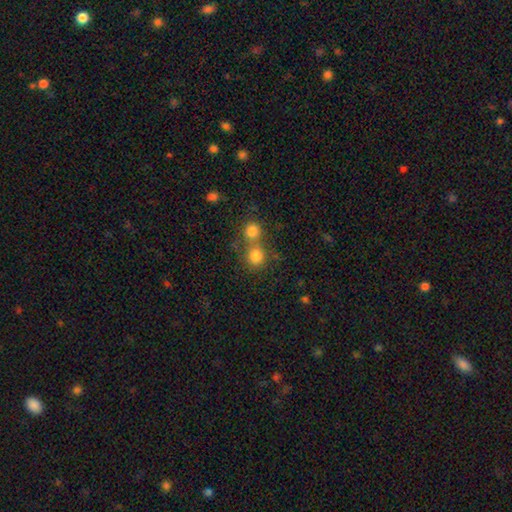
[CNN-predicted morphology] type=smooth (81%); roundness=round (85%); merging=none (47%).